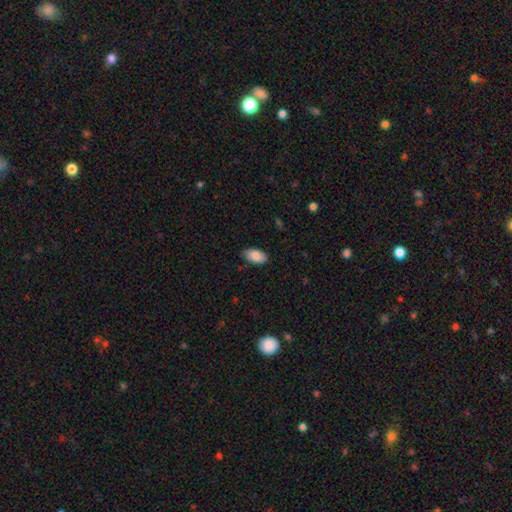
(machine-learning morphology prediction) A smooth galaxy with no disk features (84%) that is in between round and cigar-shaped (95%).

Vote fractions:
- Smooth or featured? smooth: 84% / featured or disk: 10% / star or artifact: 6%
- How rounded? in between: 95% / round: 3% / cigar-shaped: 2%
- Merging? none: 83% / minor disturbance: 13% / major disturbance: 2% / merger: 1%